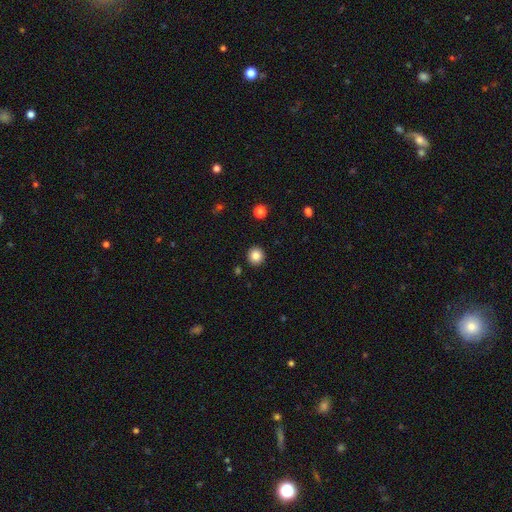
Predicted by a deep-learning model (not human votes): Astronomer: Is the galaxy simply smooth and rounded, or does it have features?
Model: smooth — 85%.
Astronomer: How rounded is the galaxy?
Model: round — 95%.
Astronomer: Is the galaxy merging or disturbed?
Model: none — 92%.